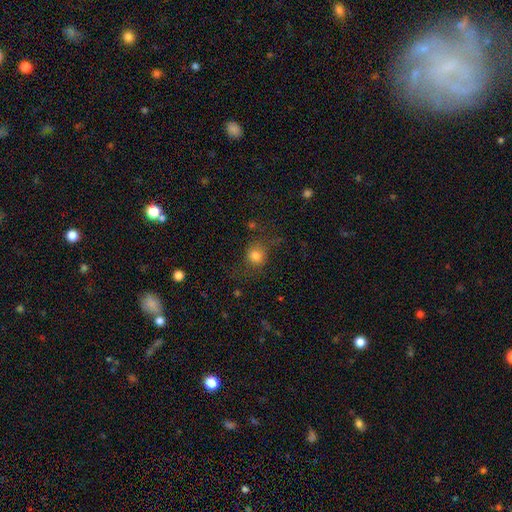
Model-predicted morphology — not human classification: This is likely a smooth galaxy (77%). How rounded: clearly round (80%). Merging: likely none (68%).